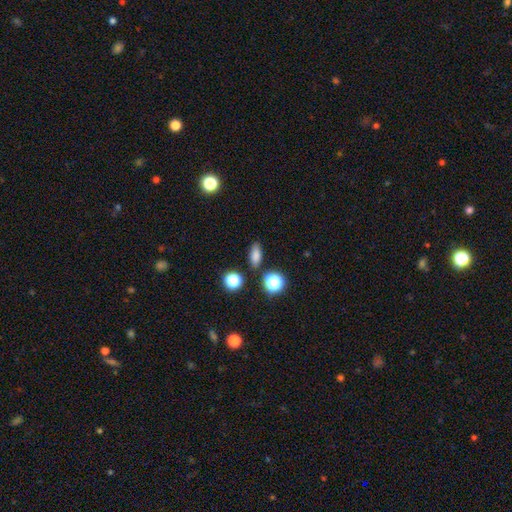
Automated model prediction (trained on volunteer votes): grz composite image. It shows a smooth galaxy with no disk features (78%) that is in between round and cigar-shaped (74%). Merging: none (83%).